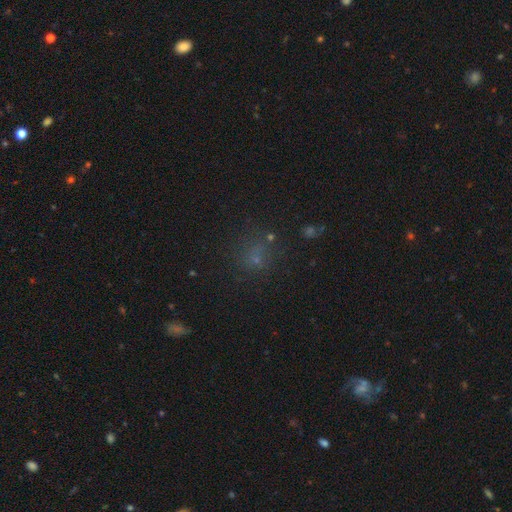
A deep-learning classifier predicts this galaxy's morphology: This appears to be a smooth galaxy with no disk features (49%). Merging: none (64%).